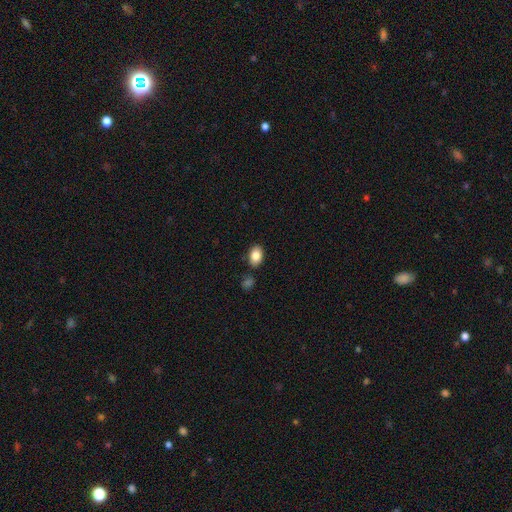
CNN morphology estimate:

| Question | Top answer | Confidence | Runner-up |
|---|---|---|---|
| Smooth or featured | smooth | 86% | star or artifact (8%) |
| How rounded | in between | 85% | round (14%) |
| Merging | none | 82% | minor disturbance (11%) |